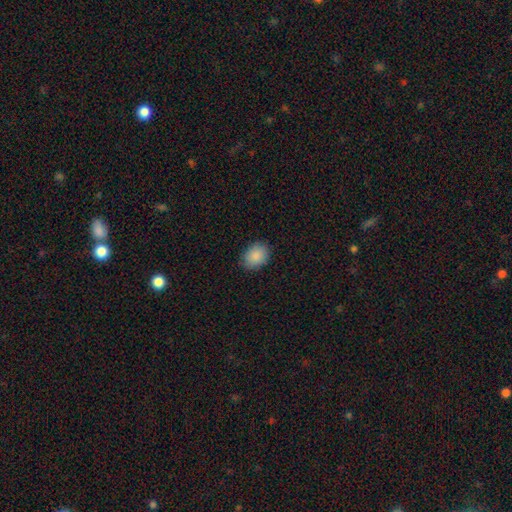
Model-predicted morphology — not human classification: smooth 89%, star or artifact 7%, featured or disk 4%. Down the decision tree: how rounded — in between (65%); merging — none (87%).